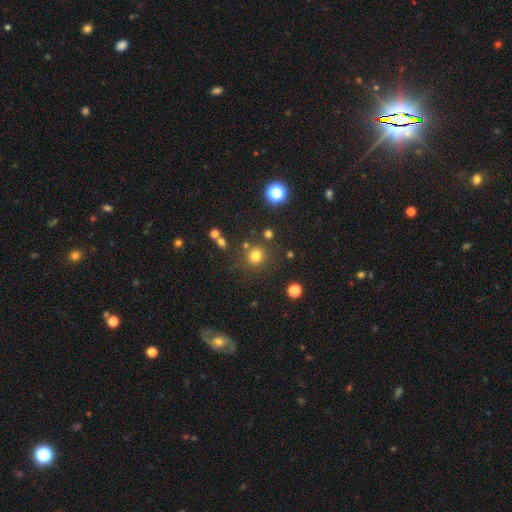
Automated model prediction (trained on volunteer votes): smooth-or-featured: smooth: 75% | star or artifact: 18% | featured or disk: 7%
  how-rounded: round: 90% | in between: 9% | cigar-shaped: 1%
  merging: none: 80% | minor disturbance: 9% | merger: 7% | major disturbance: 4%